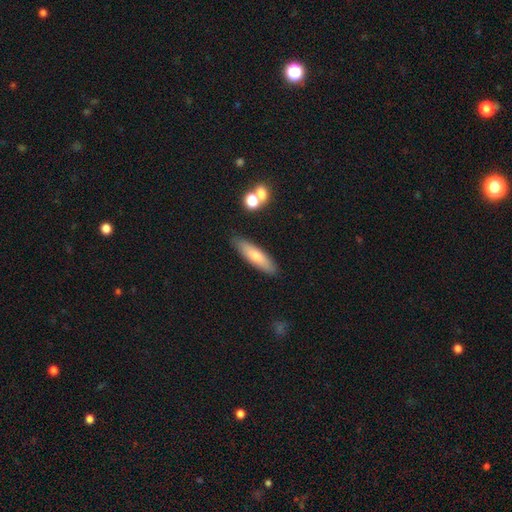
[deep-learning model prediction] Smooth or featured? Predicted: smooth (p=0.72). How rounded? Predicted: cigar-shaped (p=0.71). Merging? Predicted: none (p=0.86).